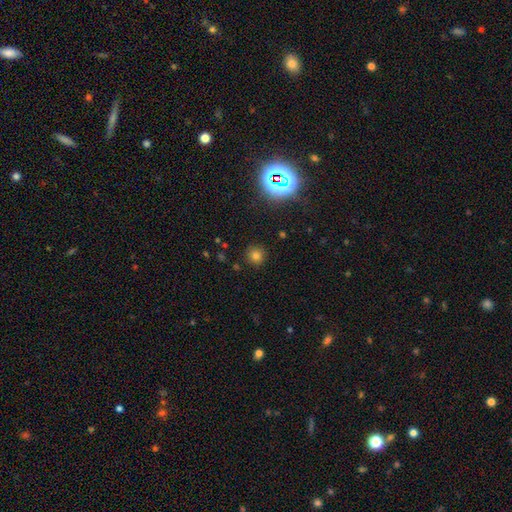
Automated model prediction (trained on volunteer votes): This appears to be a smooth galaxy with no disk features (75%) that is round (92%). Merging: none (88%).